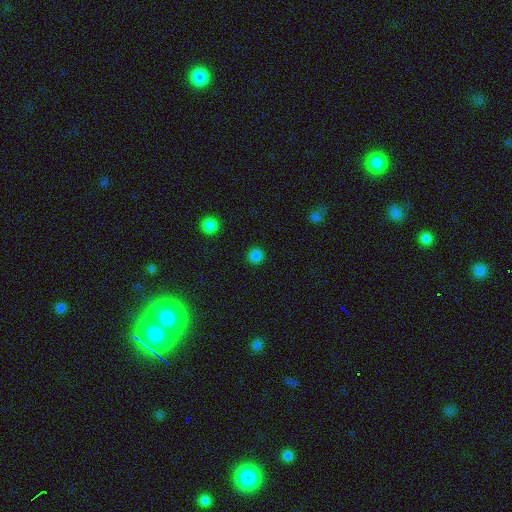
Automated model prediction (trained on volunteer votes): smooth-or-featured: smooth: 83% | star or artifact: 14% | featured or disk: 3%
  how-rounded: round: 95% | in between: 4% | cigar-shaped: 1%
  merging: none: 92% | minor disturbance: 5% | major disturbance: 2% | merger: 1%